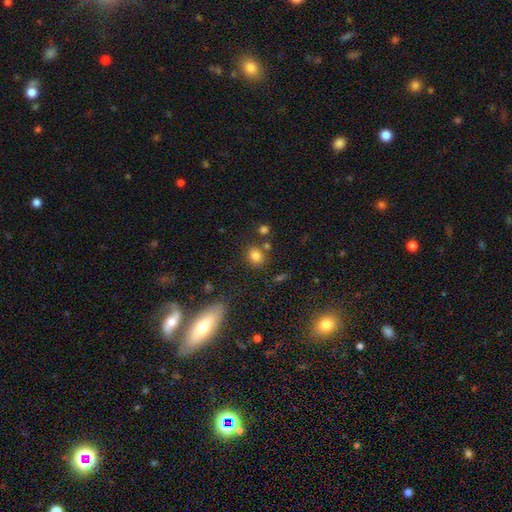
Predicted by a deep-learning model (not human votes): Smooth or featured? smooth (81%)
How rounded? round (74%)
Merging? none (77%)